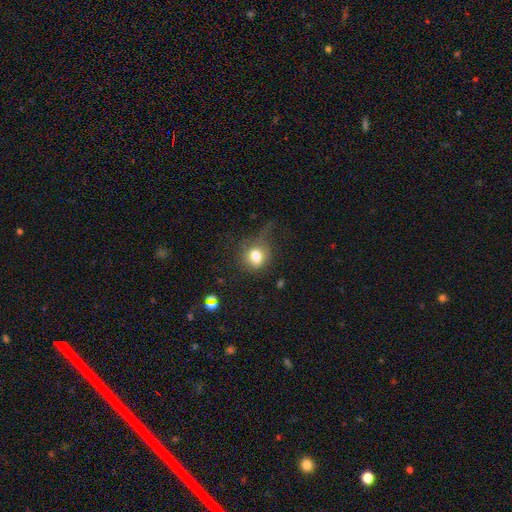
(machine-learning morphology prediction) A smooth galaxy with no disk features (75%) that is round (70%). Merging: none (44%).